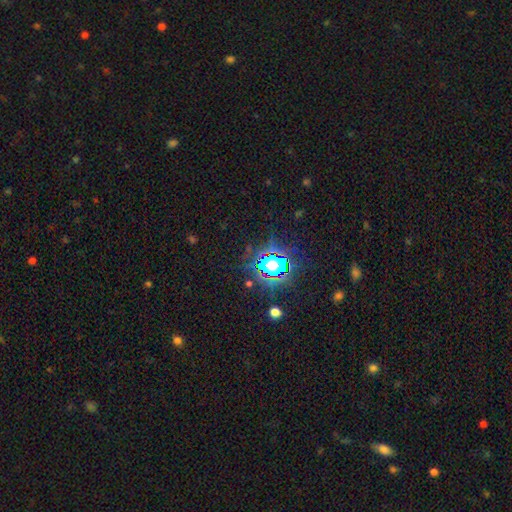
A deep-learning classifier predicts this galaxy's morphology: Smooth or featured: star or artifact — 81% (smooth — 12%)